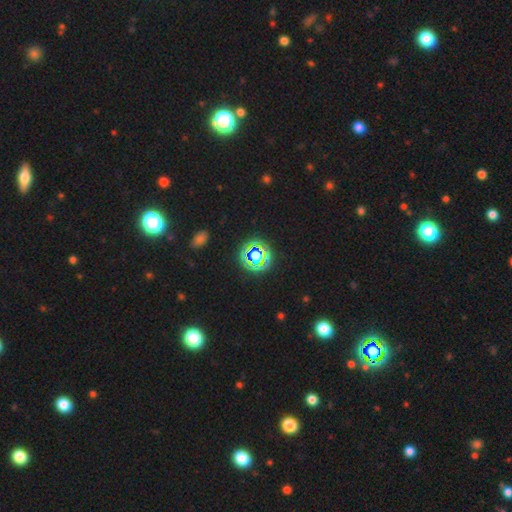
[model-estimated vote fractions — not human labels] Smooth or featured? star or artifact (64%)